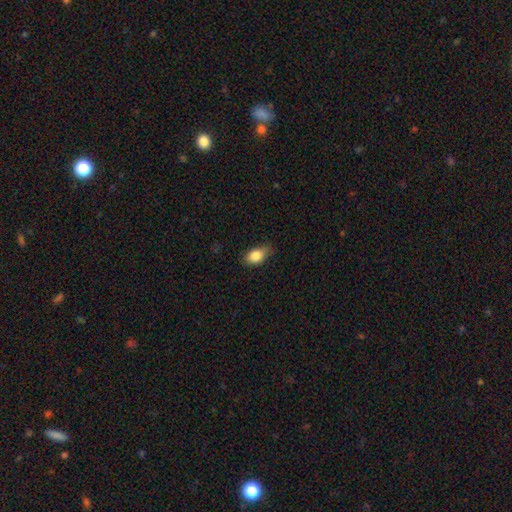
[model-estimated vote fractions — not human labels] smooth_or_featured: smooth (p=0.86) [alt: star or artifact p=0.08]
how_rounded: in between (p=0.84) [alt: round p=0.14]
merging: none (p=0.70) [alt: minor disturbance p=0.24]